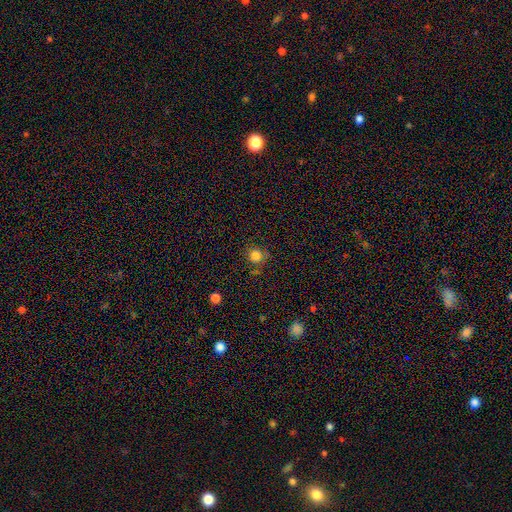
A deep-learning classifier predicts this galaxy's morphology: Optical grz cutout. It shows a smooth galaxy with no disk features (81%) that is round (92%). Merging: none (78%).